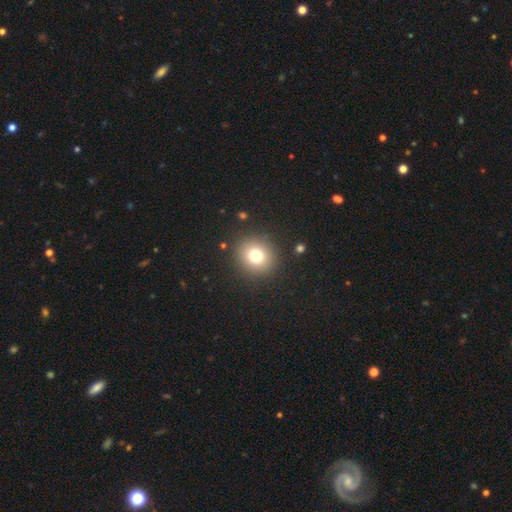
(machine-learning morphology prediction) Smooth or featured? Predicted: smooth (p=0.76). How rounded? Predicted: round (p=0.87). Merging? Predicted: none (p=0.89).